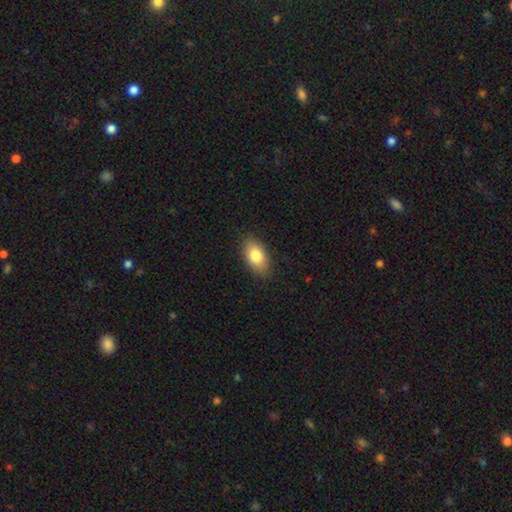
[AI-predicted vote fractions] The model was most divided on "smooth or featured": smooth: 82%, featured or disk: 10%, star or artifact: 7%. More confident: how rounded — in between (90%); merging — none (85%).